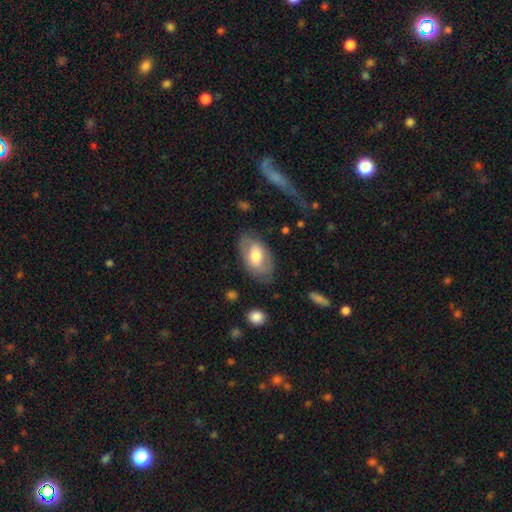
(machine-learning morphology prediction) smooth 59%, featured or disk 34%, star or artifact 6%. Down the decision tree: how rounded — in between (93%); merging — none (75%).